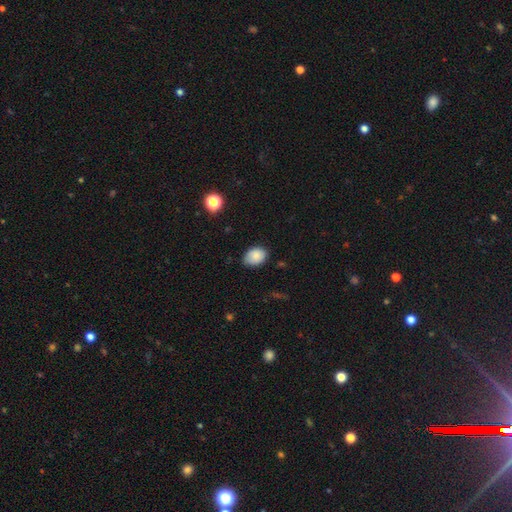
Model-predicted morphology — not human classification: smooth_or_featured: smooth (p=0.85) [alt: star or artifact p=0.08]
how_rounded: in between (p=0.75) [alt: round p=0.24]
merging: none (p=0.73) [alt: minor disturbance p=0.23]